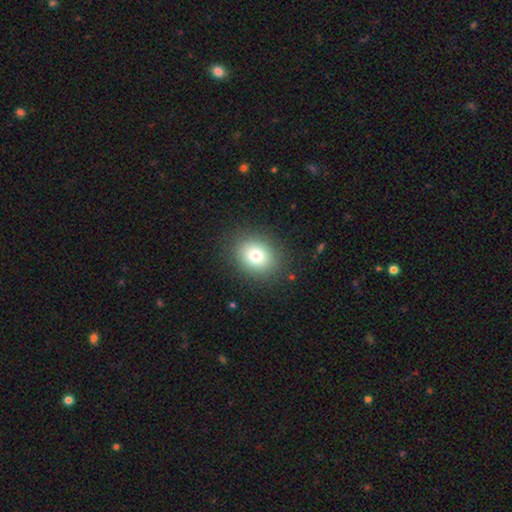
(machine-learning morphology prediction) Smooth or featured?
  - smooth: 79% *
  - star or artifact: 11%
  - featured or disk: 10%
How rounded?
  - round: 55% *
  - in between: 44%
  - cigar-shaped: 1%
Merging?
  - none: 87% *
  - minor disturbance: 8%
  - major disturbance: 3%
  - merger: 1%